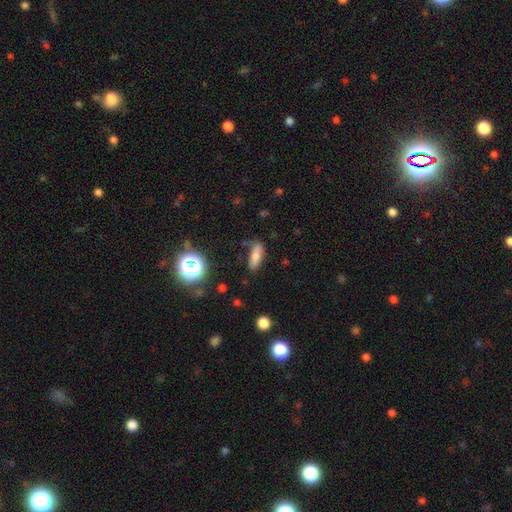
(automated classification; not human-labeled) Q: Smooth or featured?
A: smooth (74%); runner-up: featured or disk (14%)
Q: How rounded?
A: in between (55%); runner-up: cigar-shaped (40%)
Q: Merging?
A: none (69%); runner-up: minor disturbance (21%)